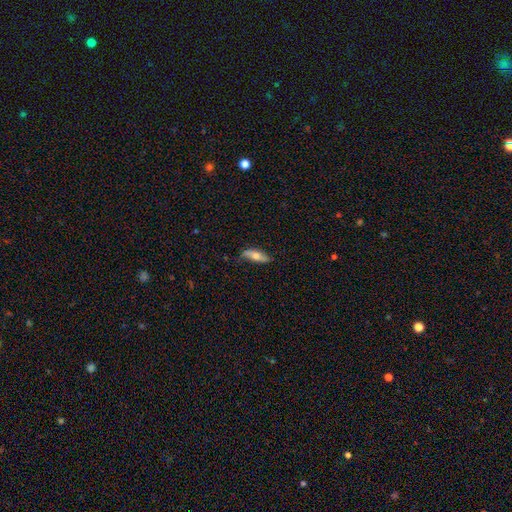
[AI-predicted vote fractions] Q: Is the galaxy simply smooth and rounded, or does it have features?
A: smooth — 49%.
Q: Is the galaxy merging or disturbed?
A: none — 62%.